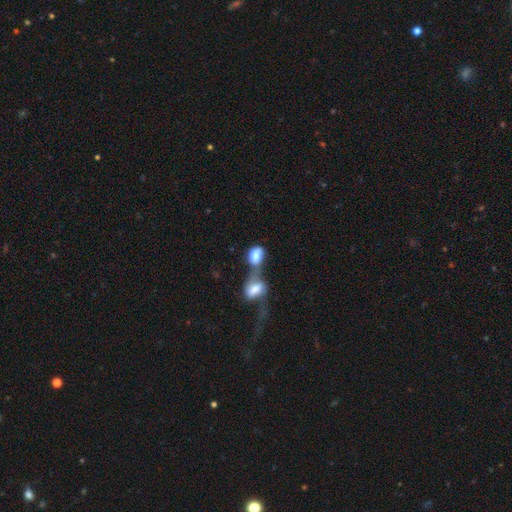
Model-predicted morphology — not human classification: type=smooth (72%); roundness=in between (76%); merging=merger (78%).